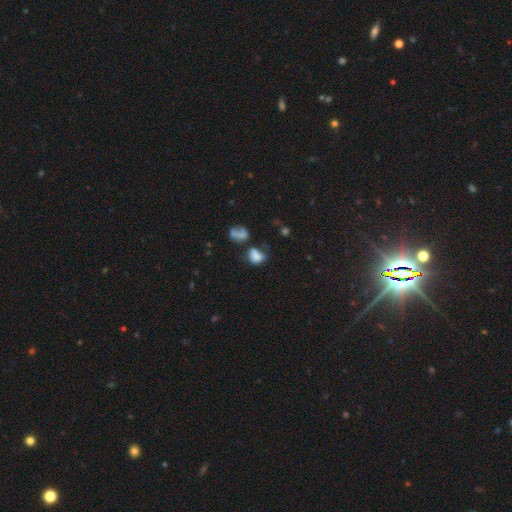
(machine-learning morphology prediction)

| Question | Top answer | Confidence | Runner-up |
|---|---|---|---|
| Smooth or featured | smooth | 72% | star or artifact (15%) |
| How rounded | in between | 66% | round (32%) |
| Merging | none | 34% | merger (30%) |